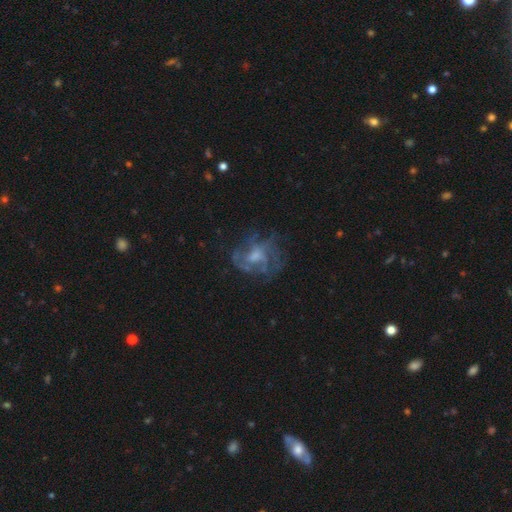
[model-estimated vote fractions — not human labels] A featured or disk galaxy (72%) with no bar (63%), medium (43%) spiral arms (78%) and a moderate central bulge (49%). Merging: none (62%).